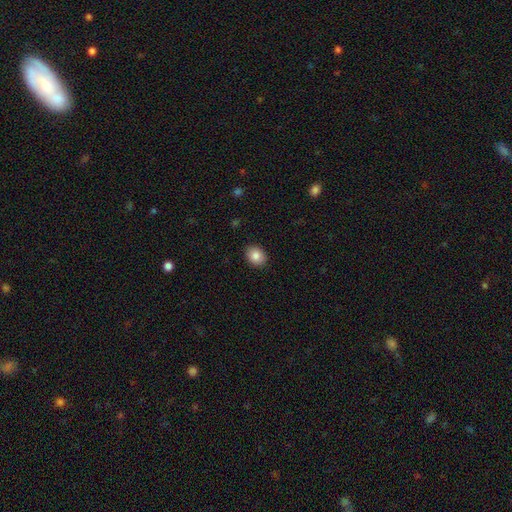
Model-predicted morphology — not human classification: Smooth or featured: smooth — 86% (star or artifact — 8%)
How rounded: in between — 56% (round — 43%)
Merging: none — 90% (minor disturbance — 7%)